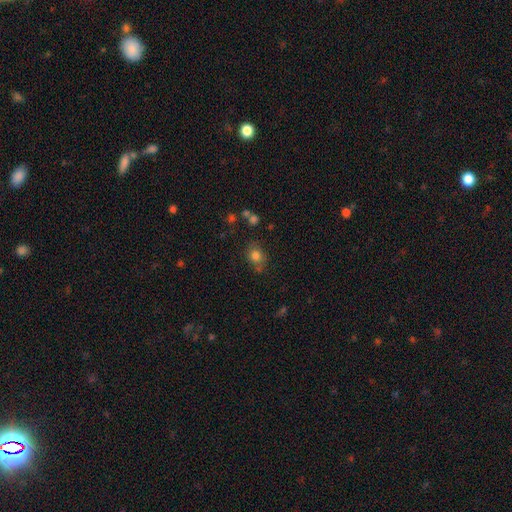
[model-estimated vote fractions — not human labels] This appears to be a smooth galaxy with no disk features (79%) that is round (61%). Merging: none (71%).